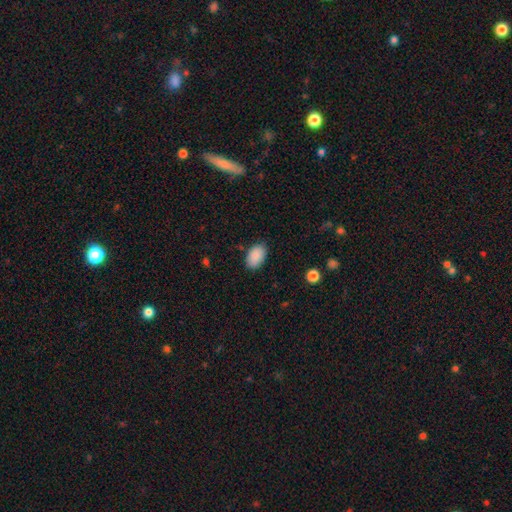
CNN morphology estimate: The model was most divided on "merging": none: 85%, minor disturbance: 11%, major disturbance: 3%, merger: 1%. More confident: how rounded — in between (92%); smooth or featured — smooth (89%).